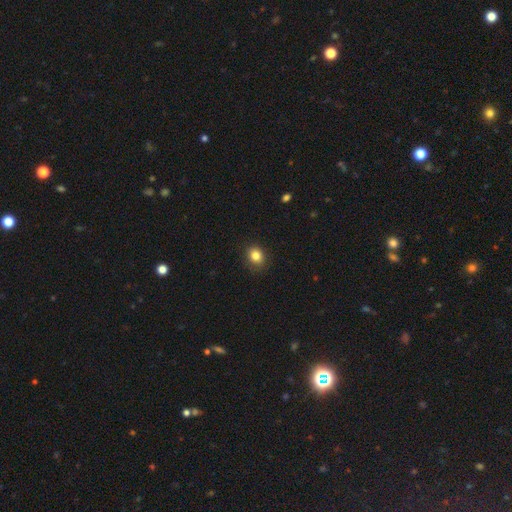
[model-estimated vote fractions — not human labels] The model was most divided on "how rounded": round: 65%, in between: 34%, cigar-shaped: 1%. More confident: merging — none (87%); smooth or featured — smooth (84%).